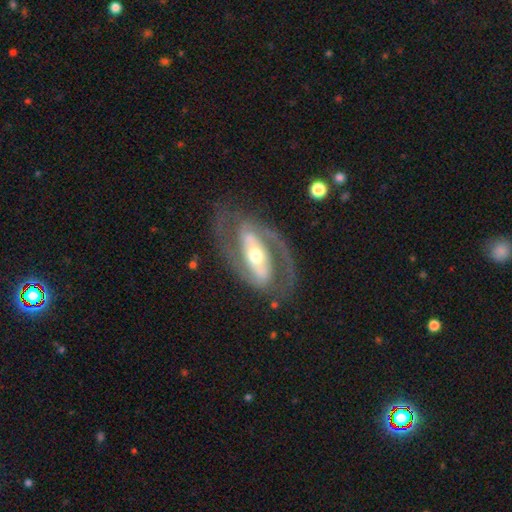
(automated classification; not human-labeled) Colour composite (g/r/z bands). It shows a featured or disk galaxy (88%) with a strong bar (52%), 2 (88%) medium (50%) spiral arms (90%) and a moderate central bulge (66%). Merging: none (73%).